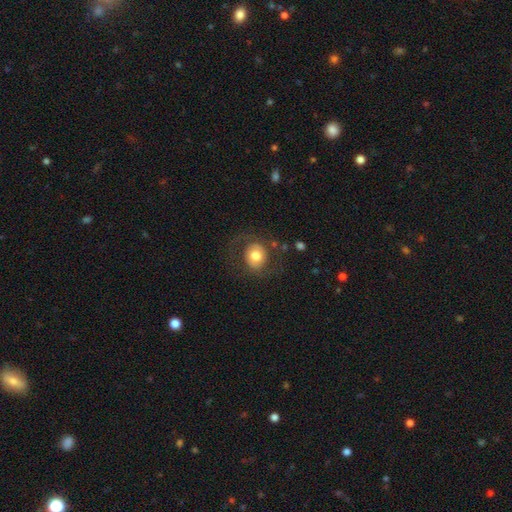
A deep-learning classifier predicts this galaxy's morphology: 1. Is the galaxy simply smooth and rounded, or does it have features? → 58% smooth, 34% featured or disk, 8% star or artifact.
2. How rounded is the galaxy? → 75% round, 24% in between, 1% cigar-shaped.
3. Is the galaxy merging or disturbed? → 67% none, 16% major disturbance, 15% minor disturbance, 2% merger.